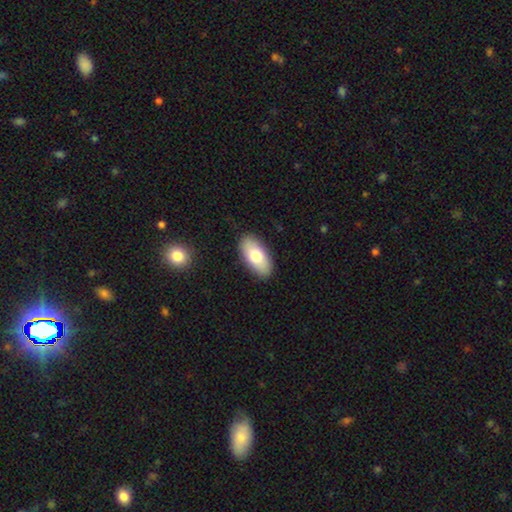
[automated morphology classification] This is likely a smooth galaxy (74%). How rounded: clearly in between (92%). Merging: clearly none (88%).